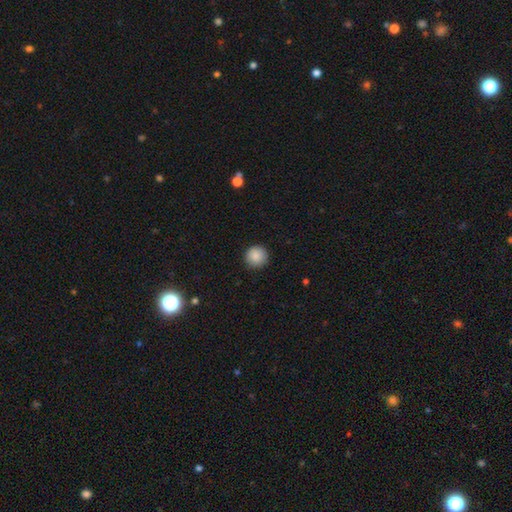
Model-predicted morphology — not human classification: This appears to be a smooth galaxy with no disk features (88%) that is round (95%). Merging: none (91%).